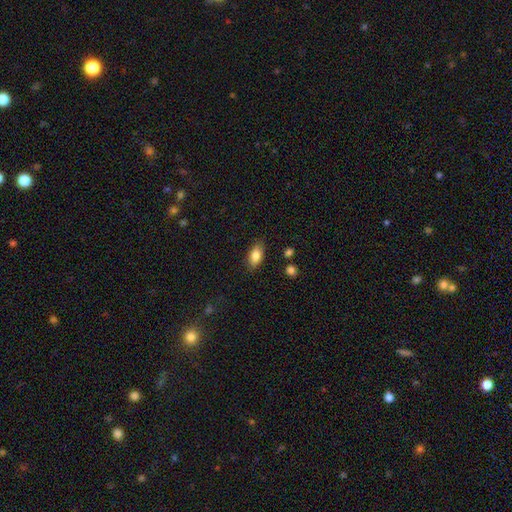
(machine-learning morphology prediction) Smooth or featured? smooth (84%)
How rounded? in between (89%)
Merging? none (83%)